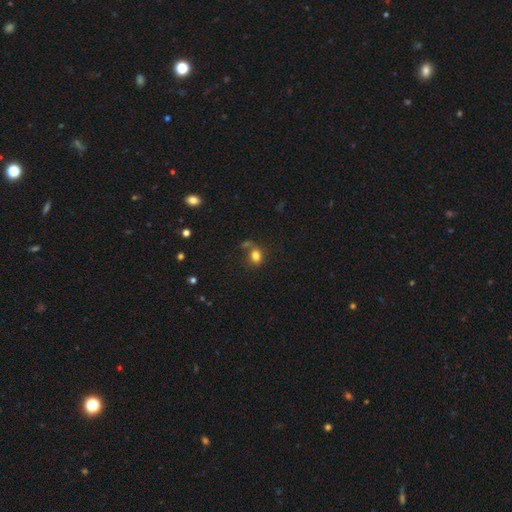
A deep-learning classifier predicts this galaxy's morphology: smooth_or_featured: smooth (p=0.80) [alt: star or artifact p=0.12]
how_rounded: in between (p=0.55) [alt: round p=0.44]
merging: none (p=0.55) [alt: minor disturbance p=0.18]